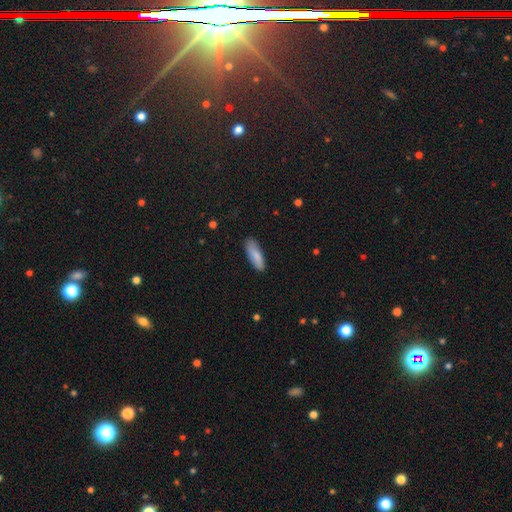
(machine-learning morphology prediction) Smooth or featured: smooth — 85% (featured or disk — 9%)
How rounded: in between — 56% (cigar-shaped — 42%)
Merging: none — 84% (minor disturbance — 13%)